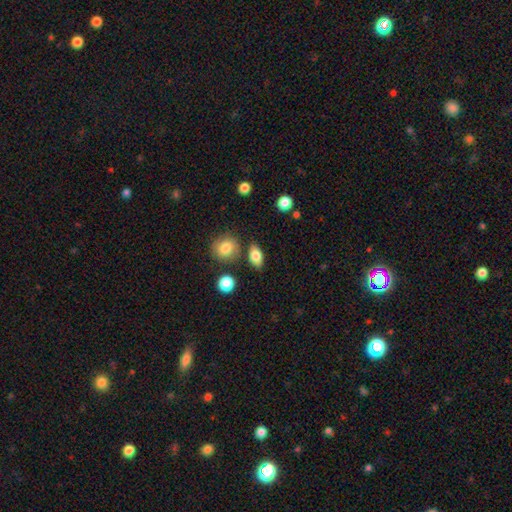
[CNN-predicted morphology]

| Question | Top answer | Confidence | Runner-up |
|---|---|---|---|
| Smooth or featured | smooth | 82% | featured or disk (9%) |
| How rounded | in between | 84% | round (13%) |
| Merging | none | 79% | minor disturbance (11%) |